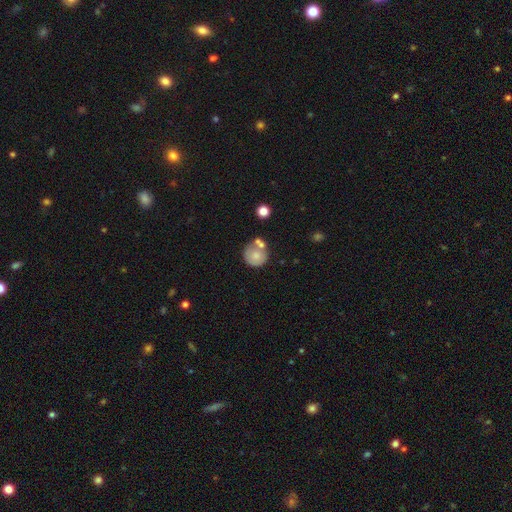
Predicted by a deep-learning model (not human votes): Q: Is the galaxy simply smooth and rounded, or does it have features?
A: smooth — 71%.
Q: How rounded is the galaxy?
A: round — 90%.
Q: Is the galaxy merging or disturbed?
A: none — 54%.